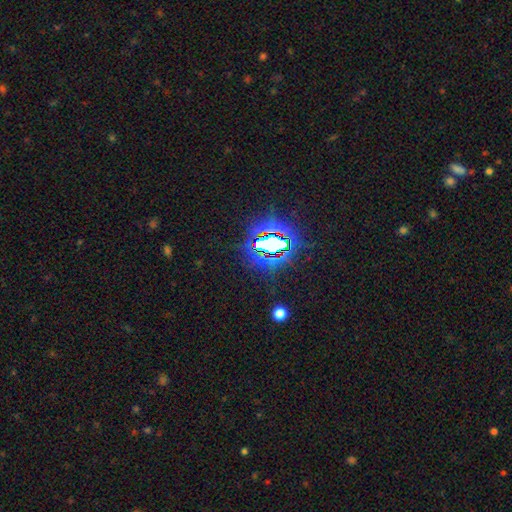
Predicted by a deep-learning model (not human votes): star or artifact 83%, smooth 10%, featured or disk 7%.